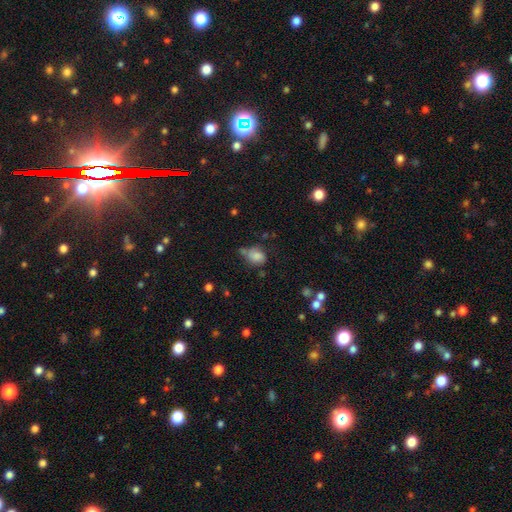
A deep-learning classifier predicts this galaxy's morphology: Q: Smooth or featured?
A: smooth (78%); runner-up: star or artifact (11%)
Q: How rounded?
A: in between (55%); runner-up: round (44%)
Q: Merging?
A: none (45%); runner-up: minor disturbance (29%)